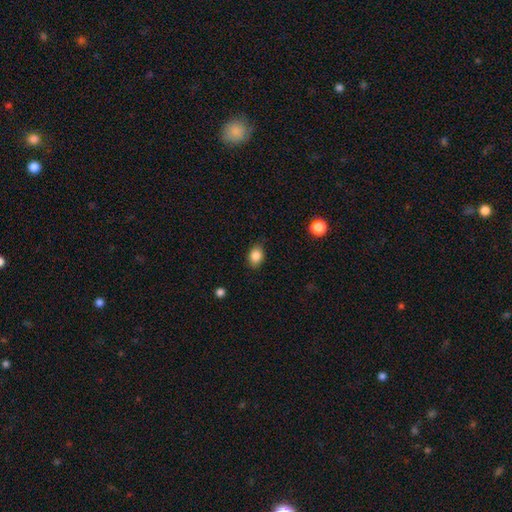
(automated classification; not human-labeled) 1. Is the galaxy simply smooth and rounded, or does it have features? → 86% smooth, 9% star or artifact, 5% featured or disk.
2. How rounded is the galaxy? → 71% in between, 28% round, 1% cigar-shaped.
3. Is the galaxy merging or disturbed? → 83% none, 13% minor disturbance, 3% major disturbance, 1% merger.